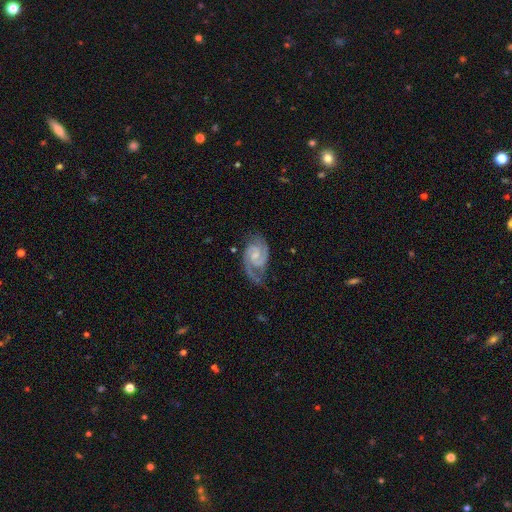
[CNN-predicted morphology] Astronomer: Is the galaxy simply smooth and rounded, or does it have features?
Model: featured or disk — 91%.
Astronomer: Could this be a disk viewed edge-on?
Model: no — 98%.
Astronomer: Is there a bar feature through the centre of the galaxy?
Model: weak — 47% (runner-up: no, 42%).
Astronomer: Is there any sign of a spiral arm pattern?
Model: yes — 99%.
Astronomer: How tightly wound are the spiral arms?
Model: medium — 49% (runner-up: tight, 44%).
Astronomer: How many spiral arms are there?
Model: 2 — 92%.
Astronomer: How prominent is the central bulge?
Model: small — 46% (runner-up: moderate, 29%).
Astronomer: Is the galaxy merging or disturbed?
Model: none — 73%.